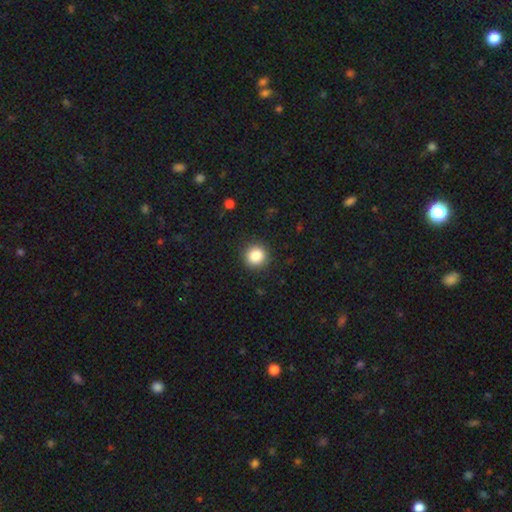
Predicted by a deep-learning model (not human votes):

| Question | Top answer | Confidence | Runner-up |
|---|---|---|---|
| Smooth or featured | smooth | 85% | star or artifact (10%) |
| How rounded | round | 94% | in between (6%) |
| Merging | none | 91% | minor disturbance (6%) |